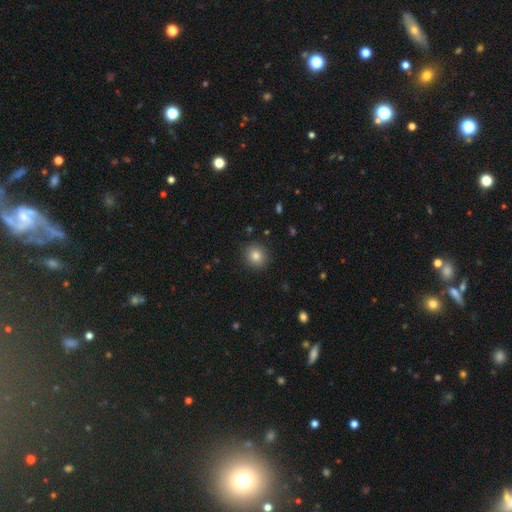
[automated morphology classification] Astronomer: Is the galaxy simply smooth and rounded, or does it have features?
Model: smooth — 82%.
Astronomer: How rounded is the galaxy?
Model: round — 84%.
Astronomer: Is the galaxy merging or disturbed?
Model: none — 90%.